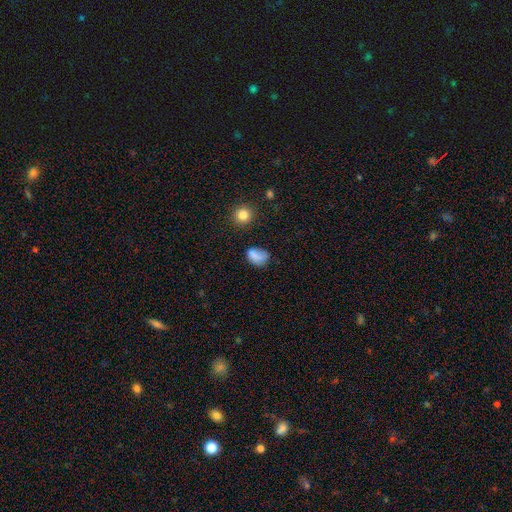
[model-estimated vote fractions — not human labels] Overall: smooth (79%). How rounded: in between (73%). Merging: none (54%; minor disturbance 29%).